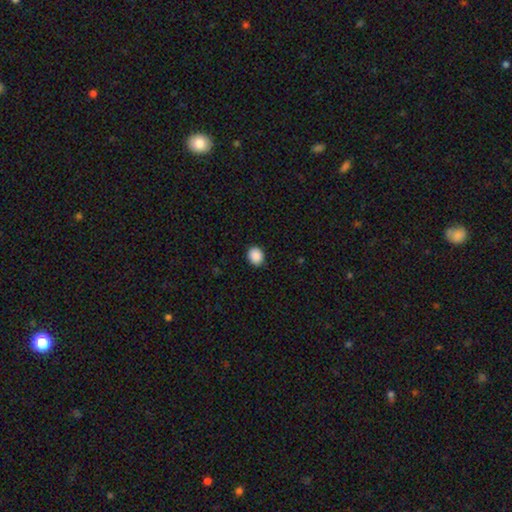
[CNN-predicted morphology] Smooth or featured: smooth — 89% (star or artifact — 8%)
How rounded: round — 66% (in between — 33%)
Merging: none — 89% (minor disturbance — 8%)